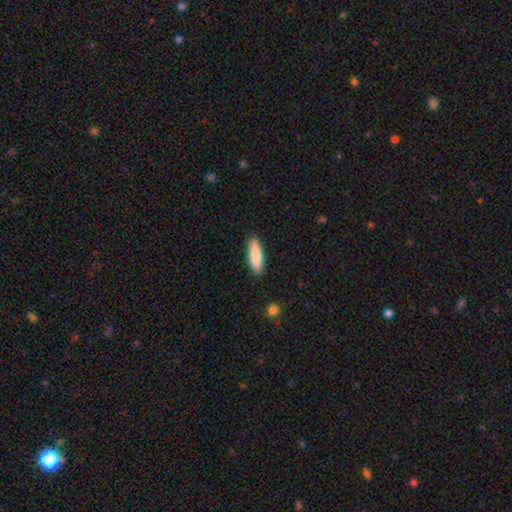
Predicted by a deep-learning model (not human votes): Smooth or featured? Predicted: smooth (p=0.84). How rounded? Predicted: in between (p=0.52). Merging? Predicted: none (p=0.89).